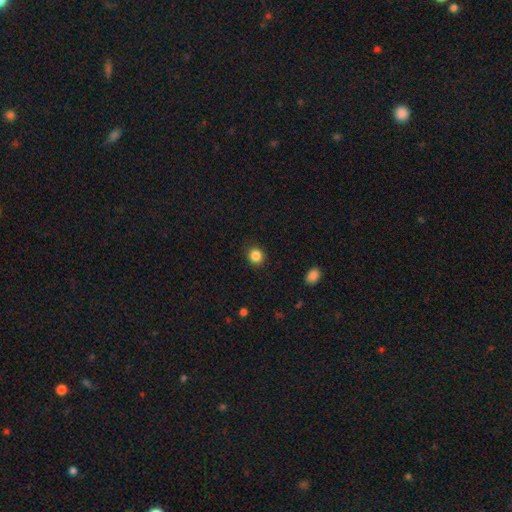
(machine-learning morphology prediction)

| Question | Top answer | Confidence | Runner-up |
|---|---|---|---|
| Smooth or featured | smooth | 85% | star or artifact (11%) |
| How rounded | round | 84% | in between (15%) |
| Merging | none | 89% | minor disturbance (7%) |